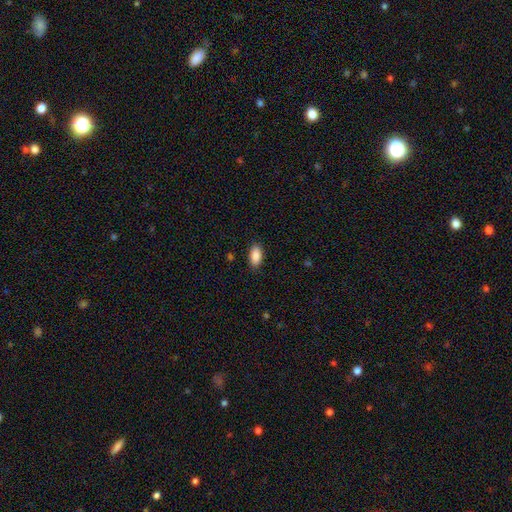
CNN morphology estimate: A smooth galaxy with no disk features (89%) that is in between round and cigar-shaped (92%).

Vote fractions:
- Smooth or featured? smooth: 89% / star or artifact: 7% / featured or disk: 4%
- How rounded? in between: 92% / cigar-shaped: 4% / round: 3%
- Merging? none: 88% / minor disturbance: 9% / major disturbance: 2% / merger: 1%